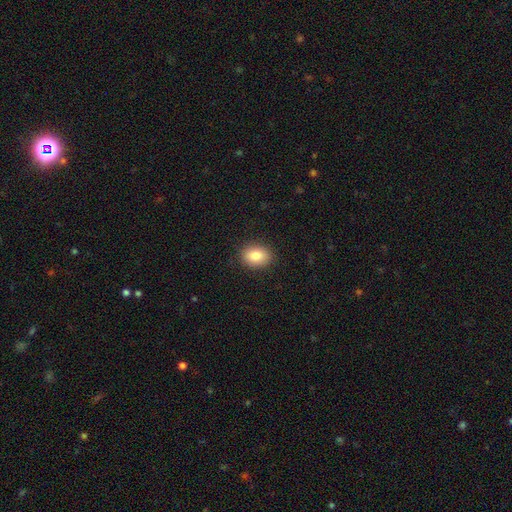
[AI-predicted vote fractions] Overall: smooth (84%). How rounded: in between (63%; round 36%). Merging: none (89%).